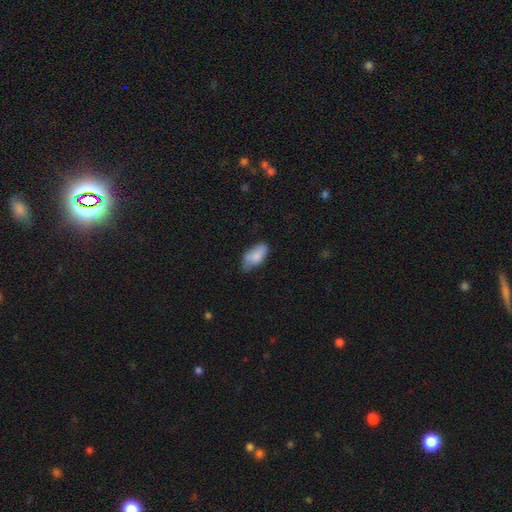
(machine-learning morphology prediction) Smooth or featured?
  - smooth: 83% *
  - featured or disk: 11%
  - star or artifact: 7%
How rounded?
  - in between: 92% *
  - cigar-shaped: 5%
  - round: 3%
Merging?
  - none: 52% *
  - minor disturbance: 38%
  - major disturbance: 8%
  - merger: 2%